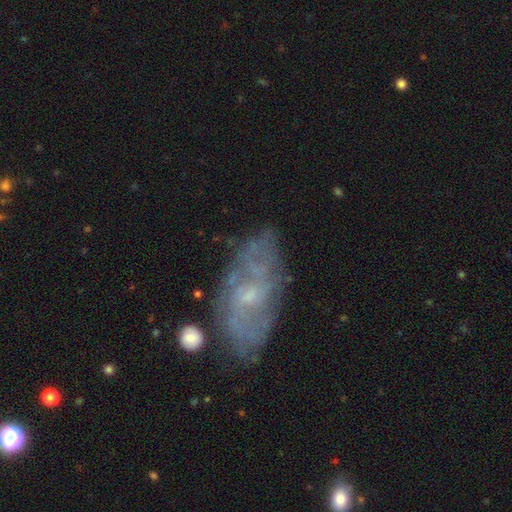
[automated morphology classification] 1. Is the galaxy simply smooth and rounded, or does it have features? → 73% featured or disk, 19% smooth, 8% star or artifact.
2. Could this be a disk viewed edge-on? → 93% no, 7% yes.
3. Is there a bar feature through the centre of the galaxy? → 61% no, 34% weak, 5% strong.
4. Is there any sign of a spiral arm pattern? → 74% yes, 26% no.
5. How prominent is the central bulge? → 67% small, 22% moderate, 9% none, 1% large, 1% dominant.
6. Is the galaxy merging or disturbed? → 67% none, 20% minor disturbance, 8% major disturbance, 5% merger.